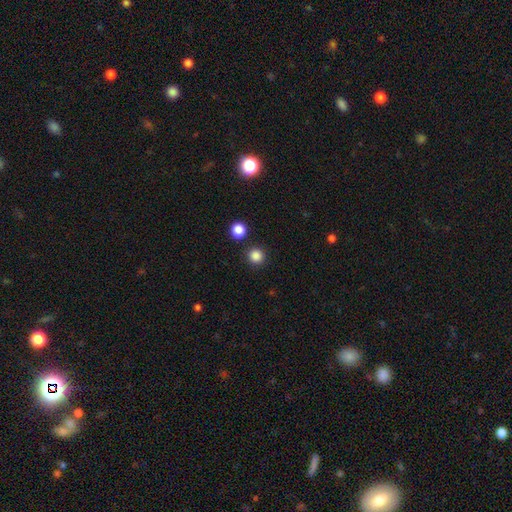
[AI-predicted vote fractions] Smooth or featured? Predicted: smooth (p=0.85). How rounded? Predicted: round (p=0.94). Merging? Predicted: none (p=0.89).